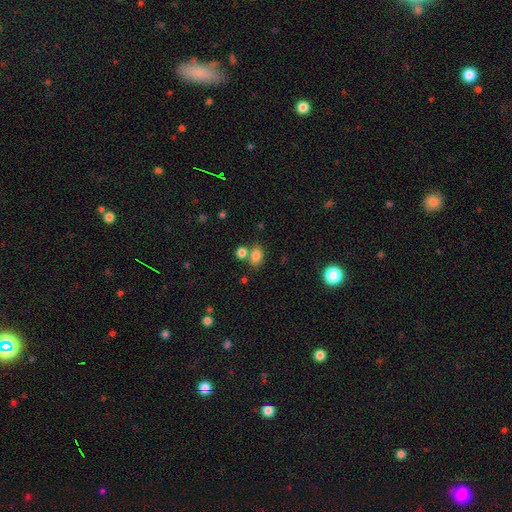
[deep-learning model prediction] Smooth or featured? smooth (82%)
How rounded? in between (77%)
Merging? none (58%)